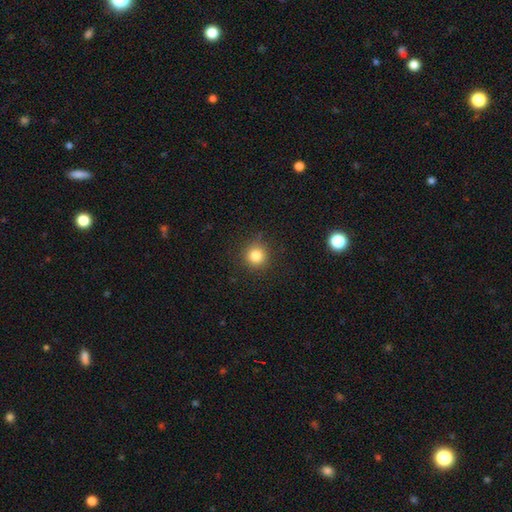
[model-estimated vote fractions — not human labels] Morphology: type=smooth (82%); roundness=round (94%); merging=none (88%).